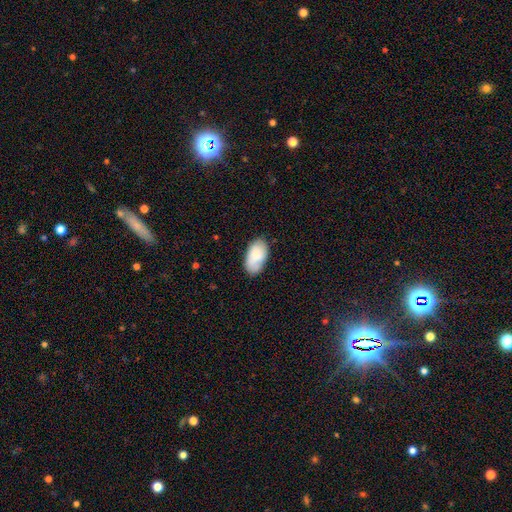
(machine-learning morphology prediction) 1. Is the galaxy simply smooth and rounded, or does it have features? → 82% smooth, 12% featured or disk, 7% star or artifact.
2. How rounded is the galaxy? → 95% in between, 3% round, 2% cigar-shaped.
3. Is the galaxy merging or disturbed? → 69% none, 23% minor disturbance, 5% major disturbance, 3% merger.